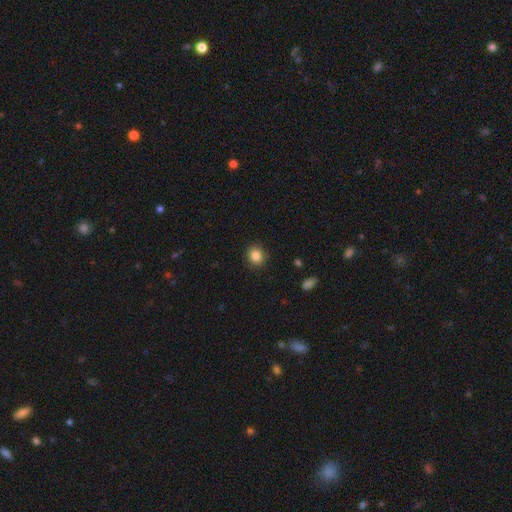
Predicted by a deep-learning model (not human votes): This is clearly a smooth galaxy (85%). How rounded: likely round (72%). Merging: clearly none (89%).